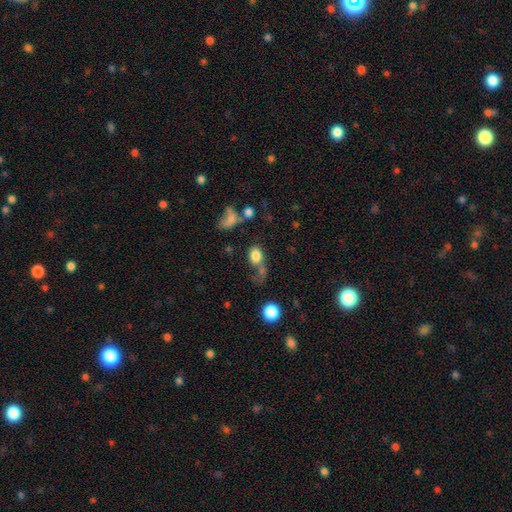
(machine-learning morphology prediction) smooth_or_featured: smooth (p=0.80) [alt: star or artifact p=0.11]
how_rounded: in between (p=0.73) [alt: round p=0.25]
merging: none (p=0.41) [alt: merger p=0.23]